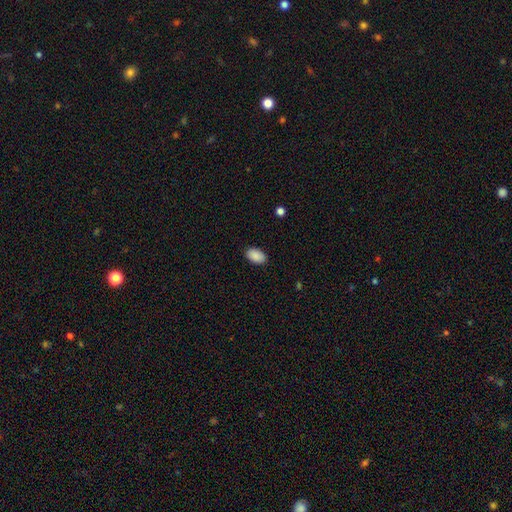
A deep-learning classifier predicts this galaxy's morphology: A smooth galaxy with no disk features (90%) that is in between round and cigar-shaped (92%).

Vote fractions:
- Smooth or featured? smooth: 90% / star or artifact: 7% / featured or disk: 3%
- How rounded? in between: 92% / round: 6% / cigar-shaped: 1%
- Merging? none: 88% / minor disturbance: 9% / major disturbance: 2% / merger: 1%